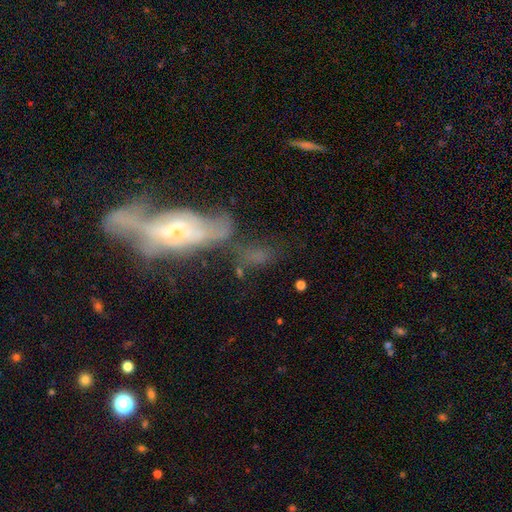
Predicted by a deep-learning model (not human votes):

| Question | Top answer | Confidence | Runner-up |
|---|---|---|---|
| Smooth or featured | featured or disk | 47% | smooth (38%) |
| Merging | none | 34% | major disturbance (26%) |